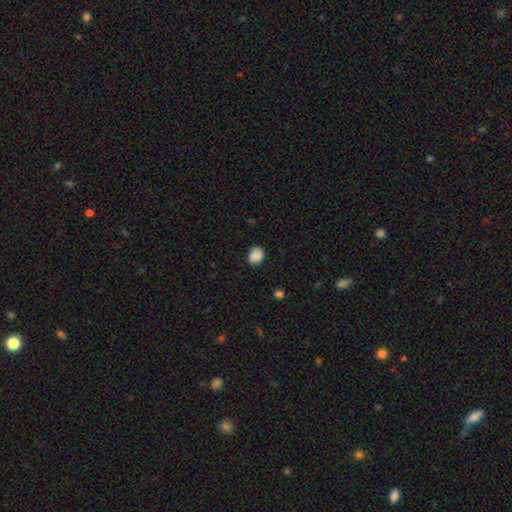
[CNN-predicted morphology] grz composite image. It shows a smooth galaxy with no disk features (88%) that is in between round and cigar-shaped (53%). Merging: none (80%).